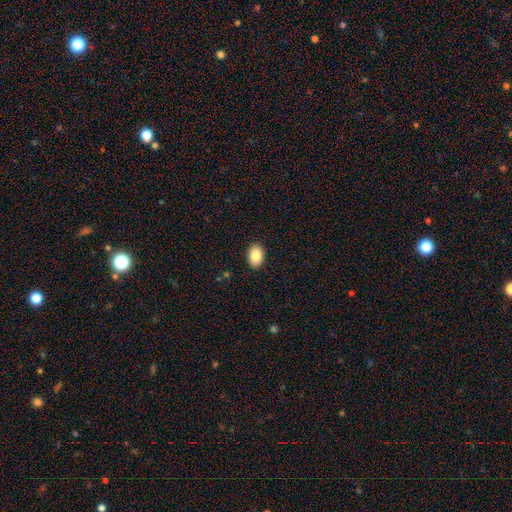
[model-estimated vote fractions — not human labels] Smooth or featured: smooth — 86% (star or artifact — 7%)
How rounded: in between — 86% (round — 13%)
Merging: none — 90% (minor disturbance — 7%)